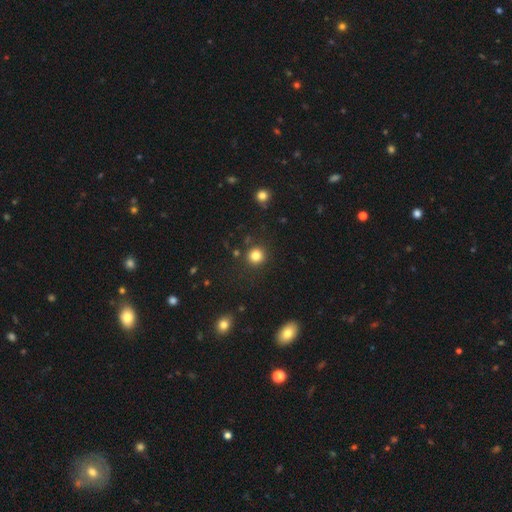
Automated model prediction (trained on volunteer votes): Smooth or featured: smooth — 83% (star or artifact — 13%)
How rounded: round — 92% (in between — 7%)
Merging: none — 88% (minor disturbance — 7%)